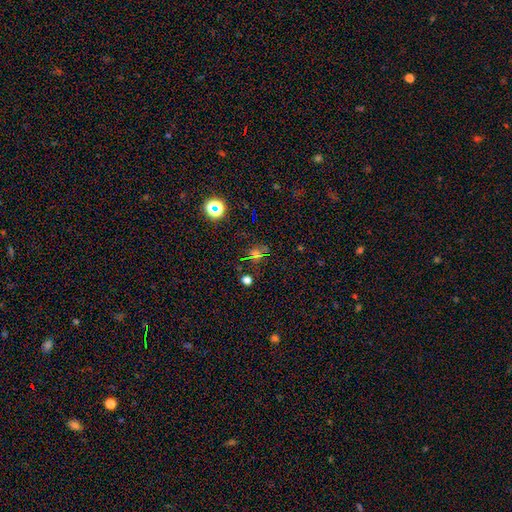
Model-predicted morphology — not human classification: This appears to be a star or artifact, not a galaxy (45%, tied with smooth).